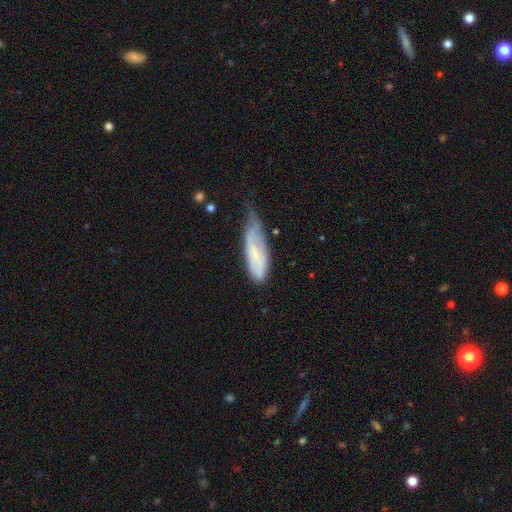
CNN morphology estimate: Smooth or featured? smooth (57%)
How rounded? in between (53%)
Merging? minor disturbance (48%)